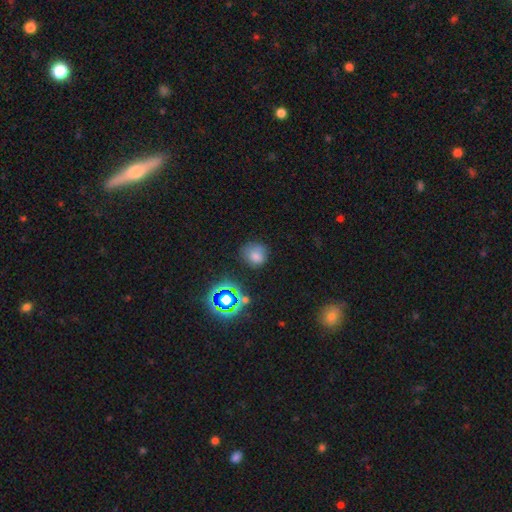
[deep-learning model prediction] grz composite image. It shows a smooth galaxy with no disk features (69%) that is round (75%). Merging: none (67%).